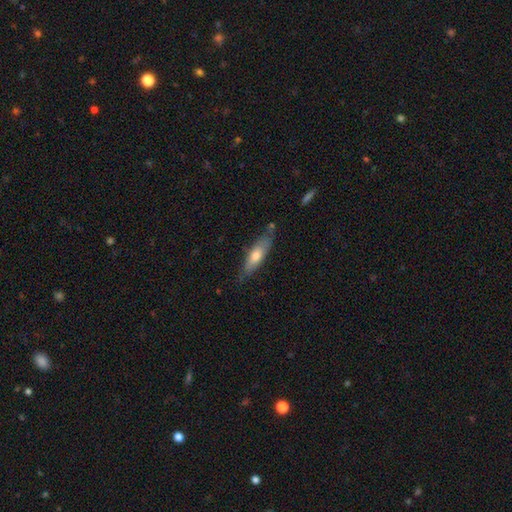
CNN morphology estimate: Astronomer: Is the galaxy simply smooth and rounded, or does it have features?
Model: smooth — 58% (runner-up: featured or disk, 36%).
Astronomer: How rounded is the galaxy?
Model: cigar-shaped — 64%.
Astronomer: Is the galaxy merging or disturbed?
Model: none — 75%.